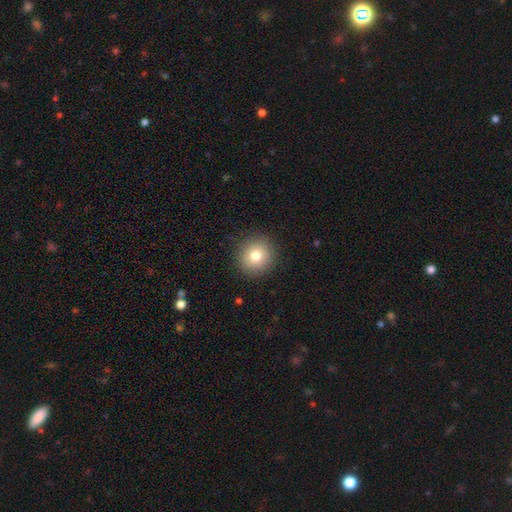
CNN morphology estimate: Smooth or featured? smooth (78%)
How rounded? round (94%)
Merging? none (91%)